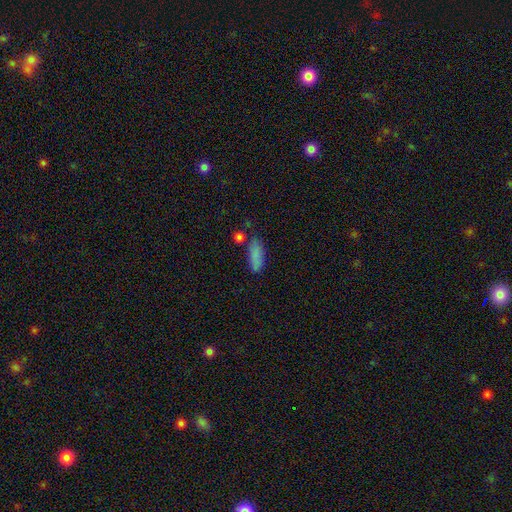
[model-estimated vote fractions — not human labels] smooth 83%, star or artifact 9%, featured or disk 8%. Down the decision tree: how rounded — in between (69%); merging — none (68%).